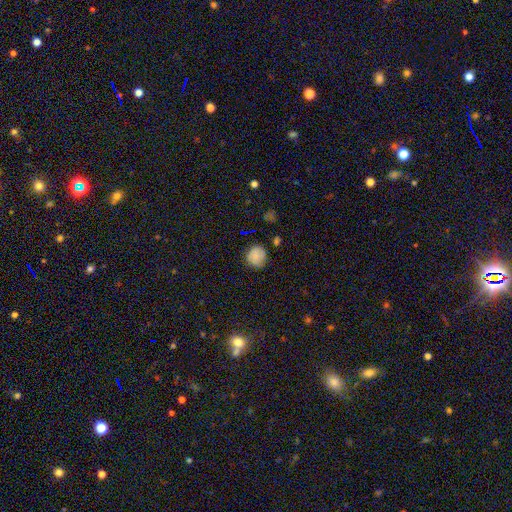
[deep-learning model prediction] Overall: smooth (82%). How rounded: round (87%). Merging: none (79%).